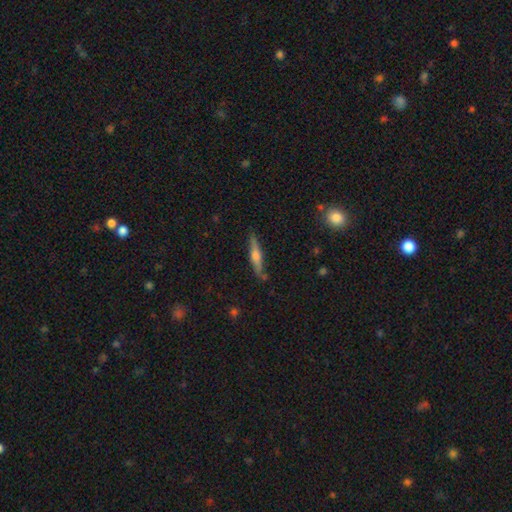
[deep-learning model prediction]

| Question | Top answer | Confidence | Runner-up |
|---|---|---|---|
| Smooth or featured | featured or disk | 60% | smooth (33%) |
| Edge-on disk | yes | 95% | no (5%) |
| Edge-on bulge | rounded | 80% | boxy (12%) |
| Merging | none | 84% | minor disturbance (12%) |